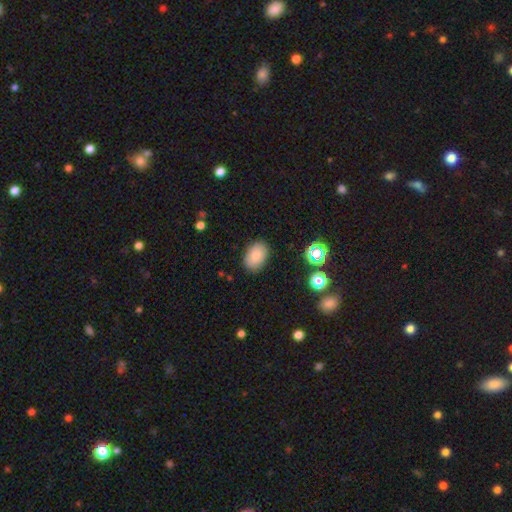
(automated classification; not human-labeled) Overall: smooth (82%). How rounded: in between (86%). Merging: none (87%).